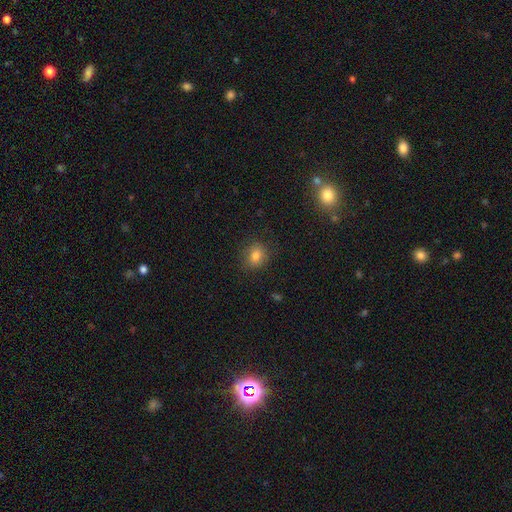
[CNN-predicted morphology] Smooth or featured? Predicted: smooth (p=0.81). How rounded? Predicted: round (p=0.63). Merging? Predicted: none (p=0.84).